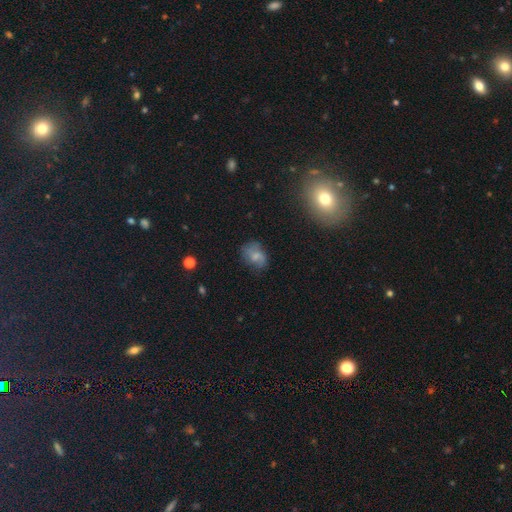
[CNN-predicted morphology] smooth_or_featured: smooth (p=0.56) [alt: featured or disk p=0.32]
how_rounded: in between (p=0.68) [alt: round p=0.30]
merging: none (p=0.59) [alt: minor disturbance p=0.27]